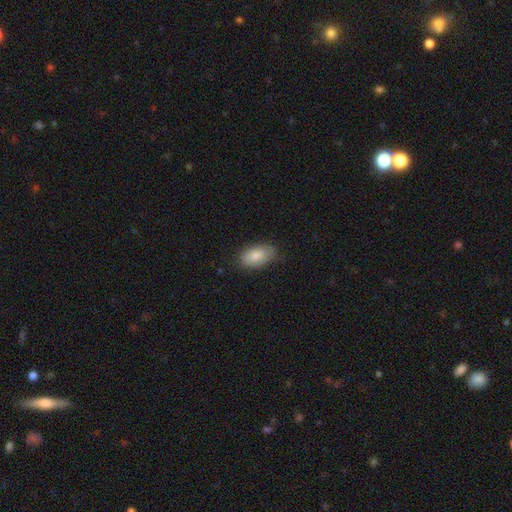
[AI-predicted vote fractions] The model was most divided on "merging": none: 77%, minor disturbance: 19%, major disturbance: 3%, merger: 1%. More confident: how rounded — in between (94%); smooth or featured — smooth (85%).